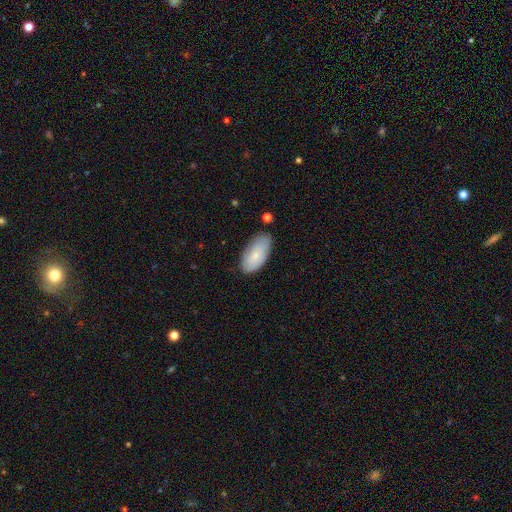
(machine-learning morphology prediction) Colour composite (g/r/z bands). It shows a smooth galaxy with no disk features (79%) that is in between round and cigar-shaped (94%). Merging: none (78%).